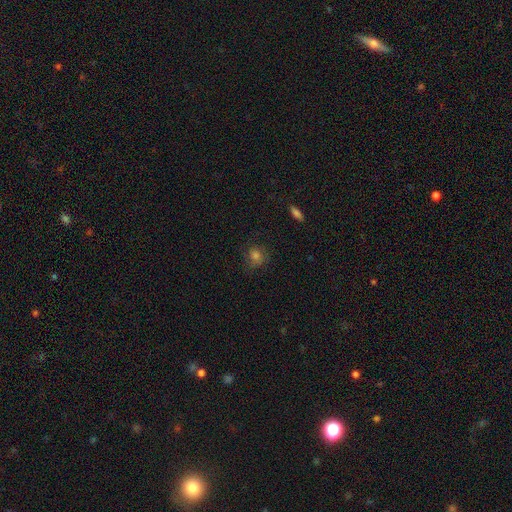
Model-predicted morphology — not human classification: Smooth or featured? Predicted: smooth (p=0.59). How rounded? Predicted: round (p=0.80). Merging? Predicted: none (p=0.72).